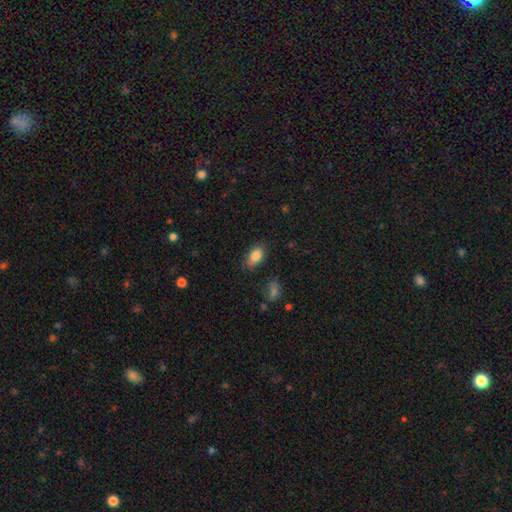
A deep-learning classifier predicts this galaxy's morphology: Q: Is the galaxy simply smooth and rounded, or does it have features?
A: smooth — 85%.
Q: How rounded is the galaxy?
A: in between — 90%.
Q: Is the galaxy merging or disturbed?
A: none — 77%.